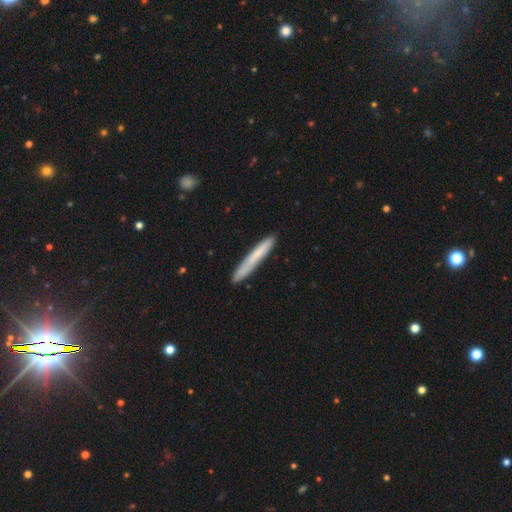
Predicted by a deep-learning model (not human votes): This appears to be a smooth galaxy with no disk features (69%) that is cigar-shaped (96%). Merging: none (87%).